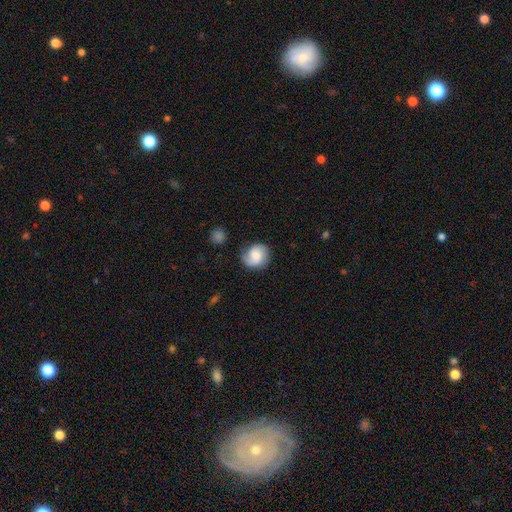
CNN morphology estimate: A smooth galaxy with no disk features (49%). Merging: none (70%).